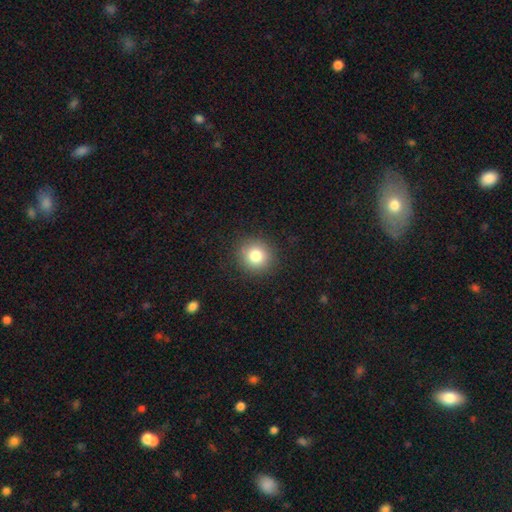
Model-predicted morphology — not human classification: Smooth or featured?
  - smooth: 82% *
  - star or artifact: 10%
  - featured or disk: 8%
How rounded?
  - round: 91% *
  - in between: 8%
  - cigar-shaped: 1%
Merging?
  - none: 90% *
  - minor disturbance: 7%
  - major disturbance: 2%
  - merger: 1%